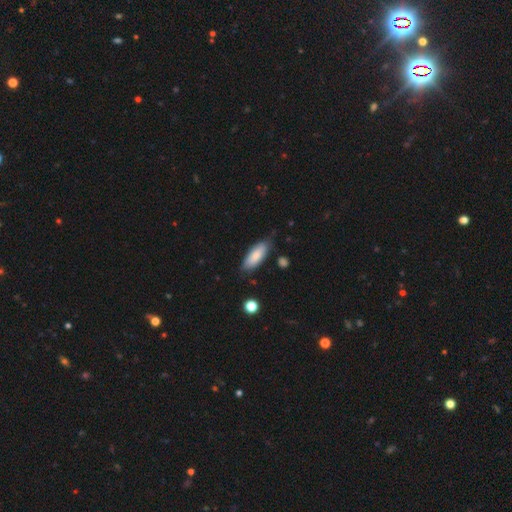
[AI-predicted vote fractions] Smooth or featured? Predicted: smooth (p=0.81). How rounded? Predicted: in between (p=0.72). Merging? Predicted: none (p=0.78).